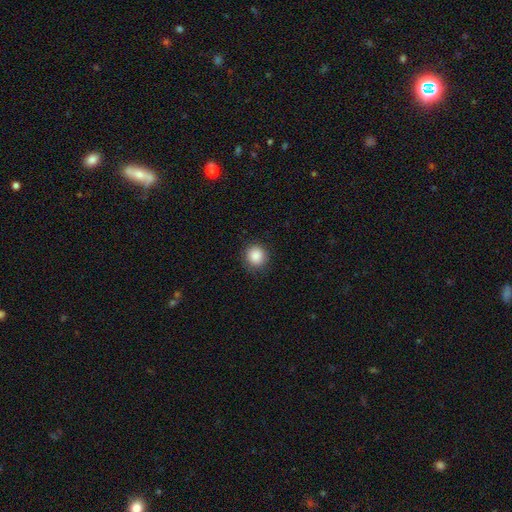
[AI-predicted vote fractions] smooth_or_featured: smooth (p=0.87) [alt: star or artifact p=0.09]
how_rounded: round (p=0.92) [alt: in between p=0.07]
merging: none (p=0.89) [alt: minor disturbance p=0.08]